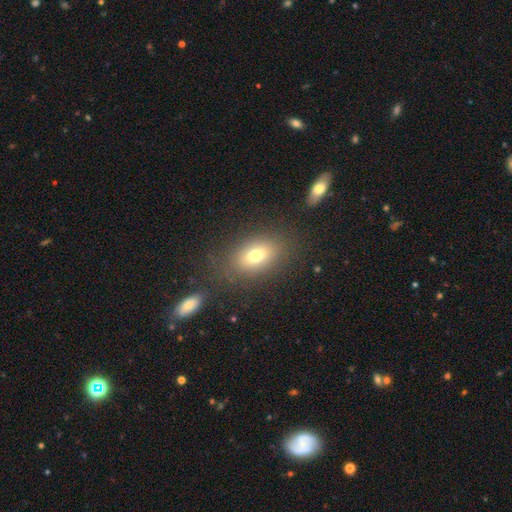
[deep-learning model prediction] The model was most divided on "smooth or featured": smooth: 72%, featured or disk: 15%, star or artifact: 12%. More confident: how rounded — in between (79%); merging — none (79%).